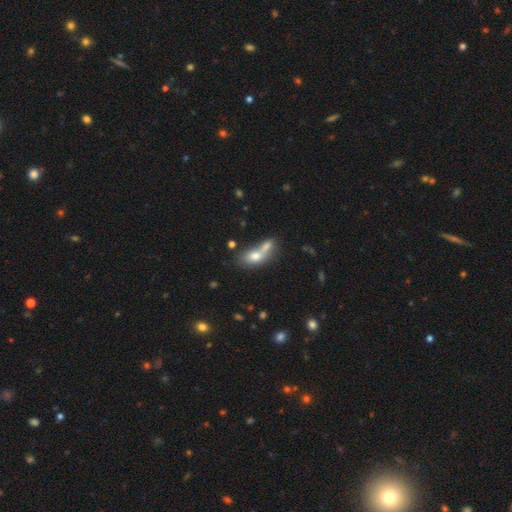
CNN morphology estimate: A smooth galaxy with no disk features (71%) that is in between round and cigar-shaped (73%). Merging: merger (62%).